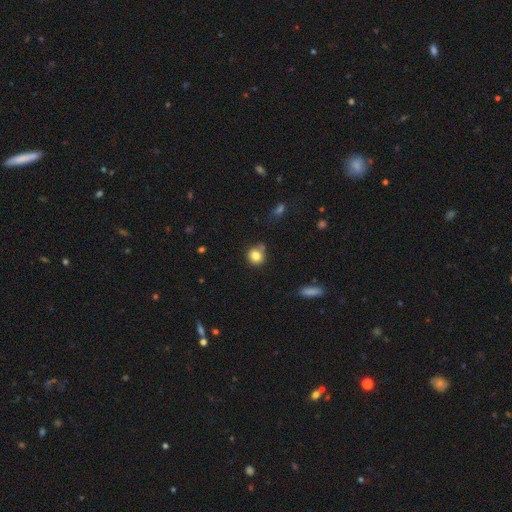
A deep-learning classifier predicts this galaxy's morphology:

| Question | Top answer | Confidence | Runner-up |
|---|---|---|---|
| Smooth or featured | smooth | 81% | star or artifact (11%) |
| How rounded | round | 87% | in between (12%) |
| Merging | none | 68% | minor disturbance (18%) |